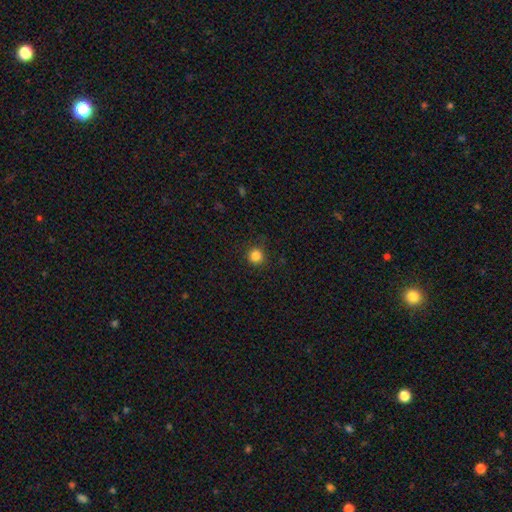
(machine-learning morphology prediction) Overall: smooth (84%). How rounded: round (95%). Merging: none (88%).